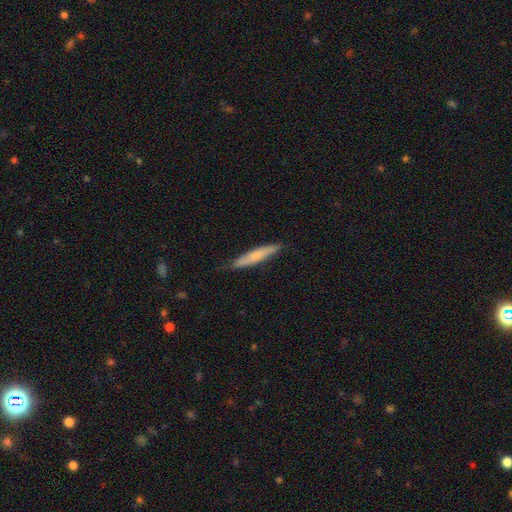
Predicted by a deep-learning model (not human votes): smooth 62%, featured or disk 33%, star or artifact 6%. Down the decision tree: how rounded — cigar-shaped (93%); merging — none (82%).